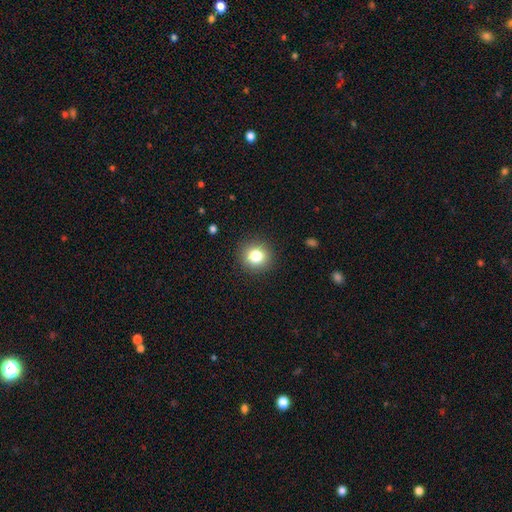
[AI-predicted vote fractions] Smooth or featured: smooth — 81% (star or artifact — 12%)
How rounded: round — 87% (in between — 12%)
Merging: none — 90% (minor disturbance — 7%)